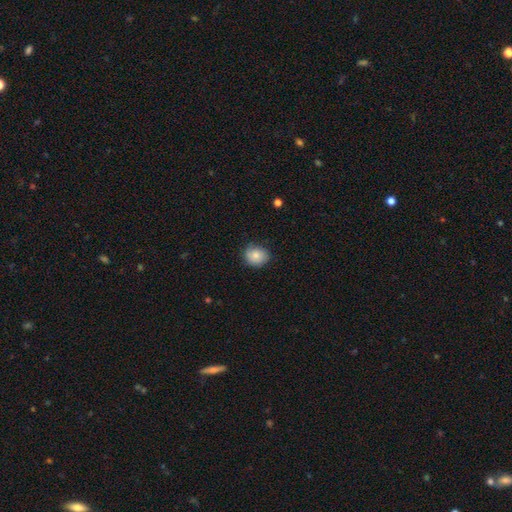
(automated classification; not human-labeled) Q: Smooth or featured?
A: smooth (82%); runner-up: featured or disk (10%)
Q: How rounded?
A: round (65%); runner-up: in between (34%)
Q: Merging?
A: none (76%); runner-up: minor disturbance (20%)